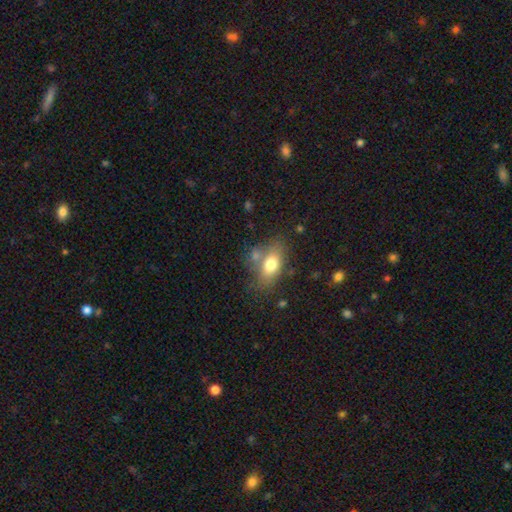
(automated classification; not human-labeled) Smooth or featured?
  - smooth: 73% *
  - featured or disk: 18%
  - star or artifact: 9%
How rounded?
  - in between: 83% *
  - round: 11%
  - cigar-shaped: 6%
Merging?
  - none: 61% *
  - merger: 17%
  - minor disturbance: 16%
  - major disturbance: 5%